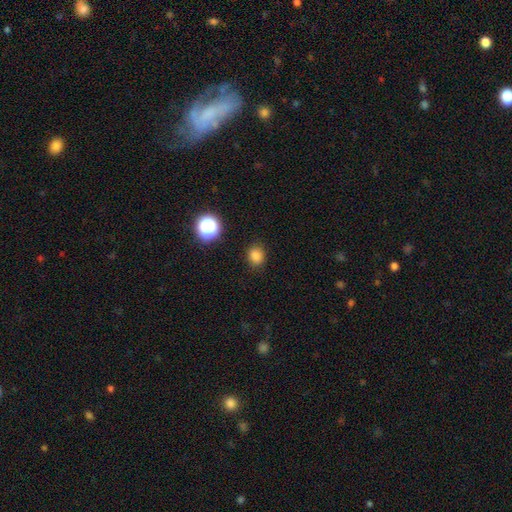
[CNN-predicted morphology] smooth 81%, star or artifact 15%, featured or disk 4%. Down the decision tree: how rounded — round (66%); merging — none (87%).